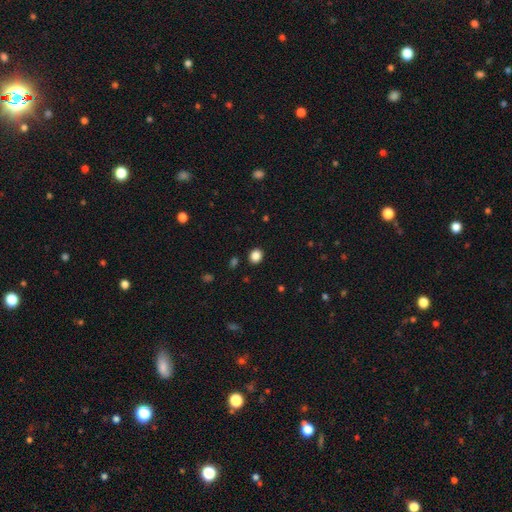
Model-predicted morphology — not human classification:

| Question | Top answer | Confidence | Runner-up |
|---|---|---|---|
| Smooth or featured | smooth | 86% | star or artifact (11%) |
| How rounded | round | 70% | in between (29%) |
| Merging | none | 90% | minor disturbance (6%) |